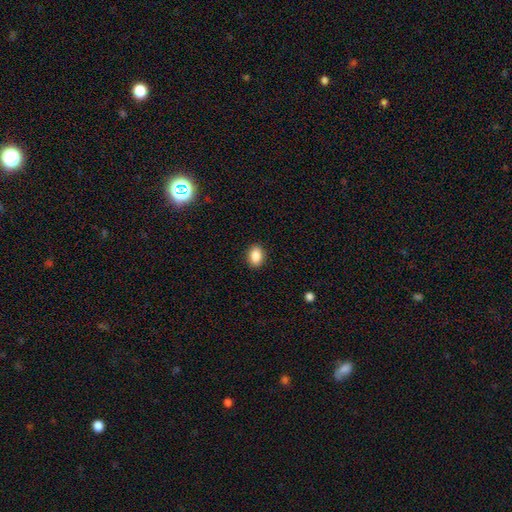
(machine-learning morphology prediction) Smooth or featured?
  - smooth: 88% *
  - star or artifact: 8%
  - featured or disk: 4%
How rounded?
  - in between: 73% *
  - round: 26%
  - cigar-shaped: 1%
Merging?
  - none: 90% *
  - minor disturbance: 7%
  - major disturbance: 2%
  - merger: 1%